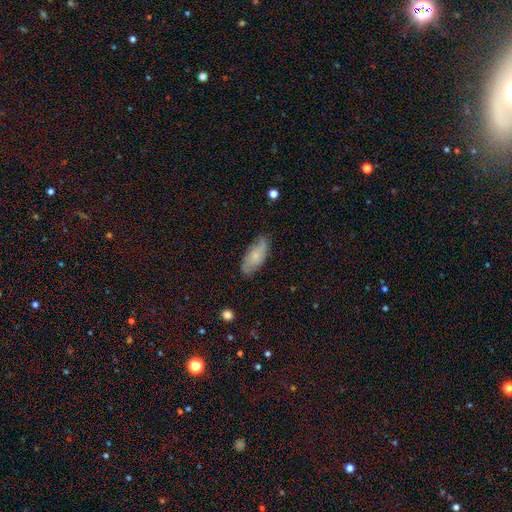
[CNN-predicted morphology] Overall: smooth (47%; featured or disk 46%). Merging: none (74%).